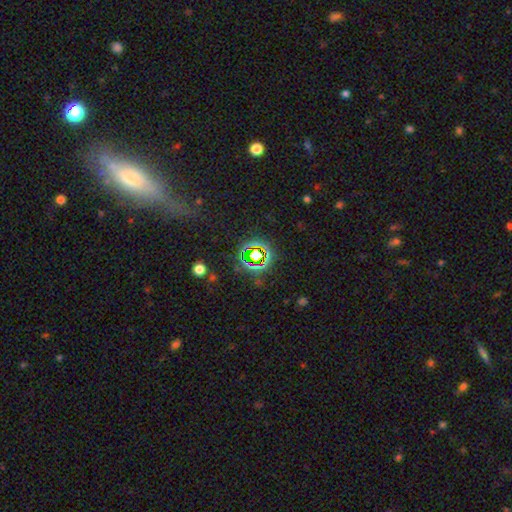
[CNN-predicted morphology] This is likely a star or artifact rather than a galaxy (74%).